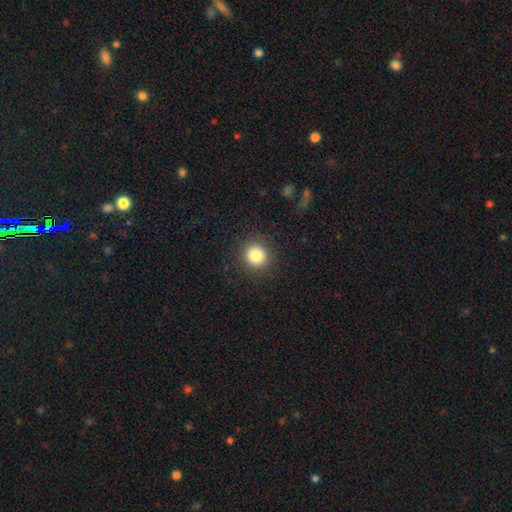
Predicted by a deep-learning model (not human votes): A smooth galaxy with no disk features (83%) that is round (91%).

Vote fractions:
- Smooth or featured? smooth: 83% / star or artifact: 11% / featured or disk: 6%
- How rounded? round: 91% / in between: 8% / cigar-shaped: 1%
- Merging? none: 90% / minor disturbance: 6% / major disturbance: 3% / merger: 1%